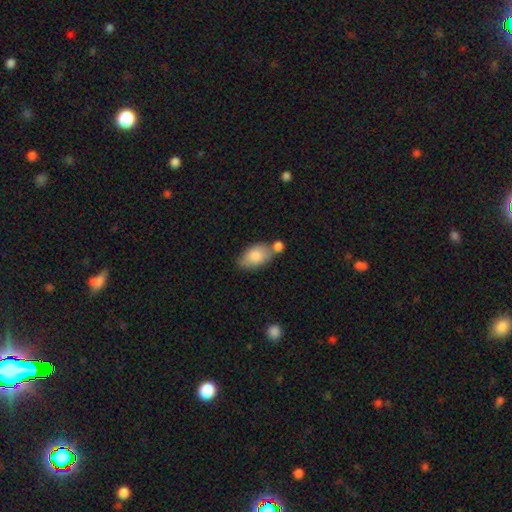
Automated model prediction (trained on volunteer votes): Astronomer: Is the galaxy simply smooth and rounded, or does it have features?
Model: smooth — 81%.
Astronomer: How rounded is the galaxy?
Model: in between — 92%.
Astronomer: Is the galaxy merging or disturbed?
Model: none — 49% (runner-up: merger, 28%).